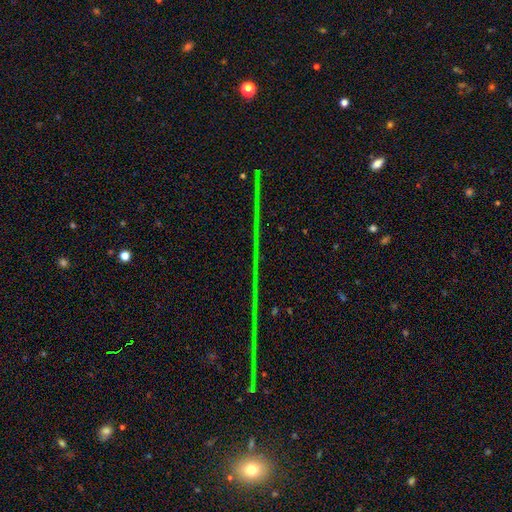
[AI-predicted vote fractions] A star or artifact, not a galaxy (83%).